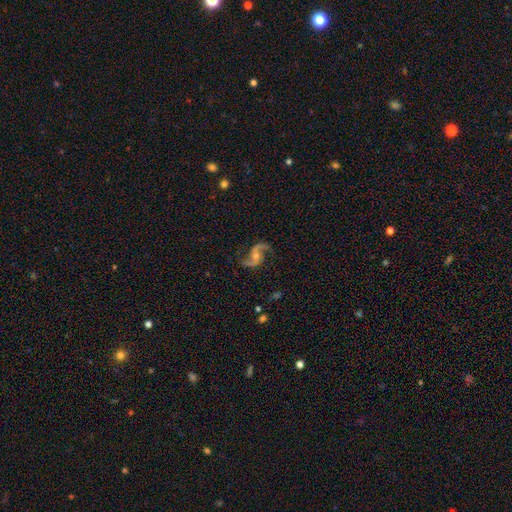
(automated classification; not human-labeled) Smooth or featured? featured or disk (91%)
Edge-on disk? no (98%)
Bar? no (58%)
Spiral arms? yes (98%)
Spiral winding? loose (69%)
Spiral arm count? 2 (94%)
Bulge size? moderate (48%)
Merging? none (79%)